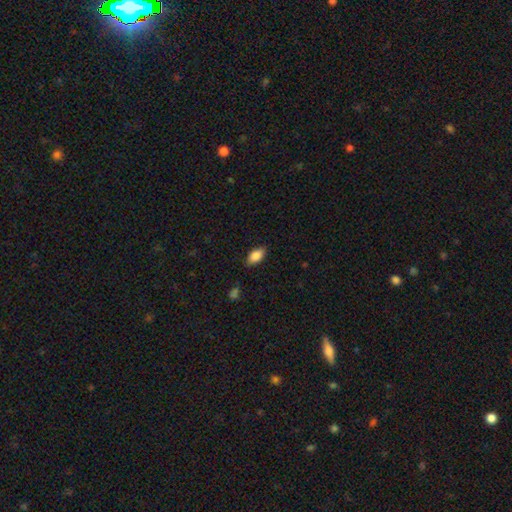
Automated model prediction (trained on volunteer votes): A smooth galaxy with no disk features (88%) that is in between round and cigar-shaped (93%).

Vote fractions:
- Smooth or featured? smooth: 88% / star or artifact: 7% / featured or disk: 5%
- How rounded? in between: 93% / round: 4% / cigar-shaped: 3%
- Merging? none: 84% / minor disturbance: 12% / major disturbance: 3% / merger: 1%